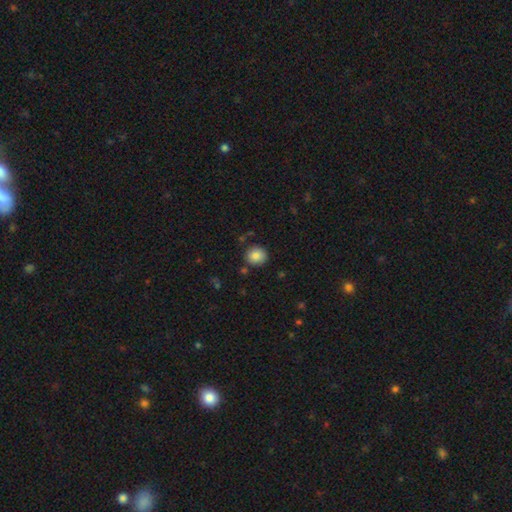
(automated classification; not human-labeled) This is clearly a smooth galaxy (85%). How rounded: clearly round (88%). Merging: clearly none (86%).